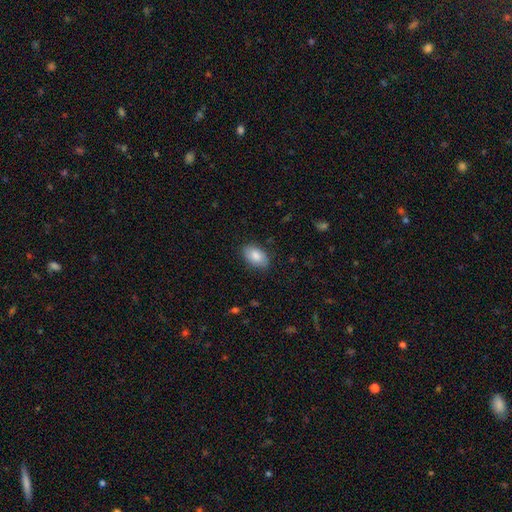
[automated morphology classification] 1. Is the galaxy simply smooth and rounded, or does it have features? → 84% smooth, 9% featured or disk, 6% star or artifact.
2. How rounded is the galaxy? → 92% in between, 6% round, 1% cigar-shaped.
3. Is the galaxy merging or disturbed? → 85% none, 12% minor disturbance, 3% major disturbance, 1% merger.